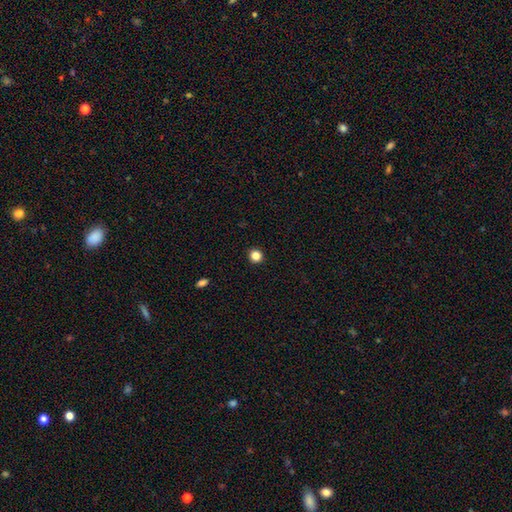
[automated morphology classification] Q: Smooth or featured?
A: smooth (84%); runner-up: star or artifact (12%)
Q: How rounded?
A: round (92%); runner-up: in between (7%)
Q: Merging?
A: none (93%); runner-up: minor disturbance (4%)